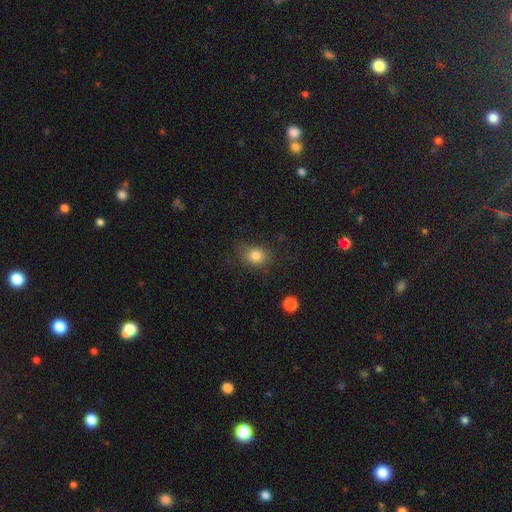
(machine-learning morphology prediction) This is clearly a smooth galaxy (82%). How rounded: possibly round (53%). Merging: likely none (76%).